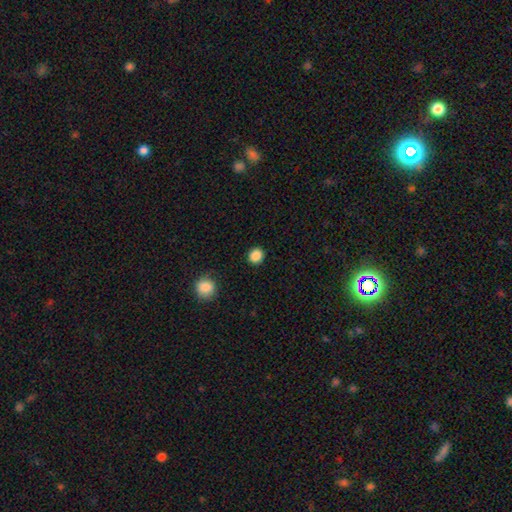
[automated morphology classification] smooth_or_featured: smooth (p=0.87) [alt: star or artifact p=0.10]
how_rounded: round (p=0.90) [alt: in between p=0.09]
merging: none (p=0.91) [alt: minor disturbance p=0.05]